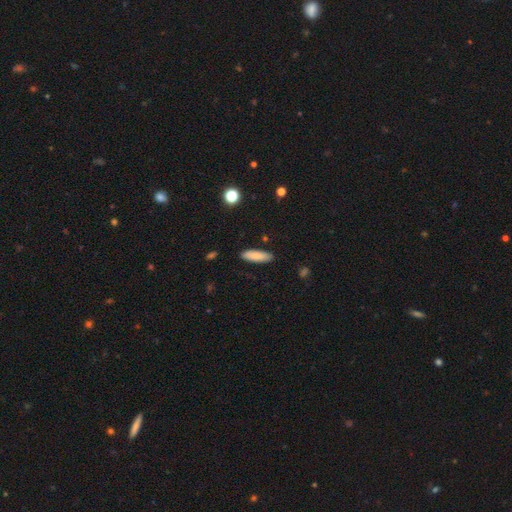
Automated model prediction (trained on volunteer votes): The model was most divided on "how rounded": in between: 50%, cigar-shaped: 48%, round: 2%. More confident: merging — none (88%); smooth or featured — smooth (85%).